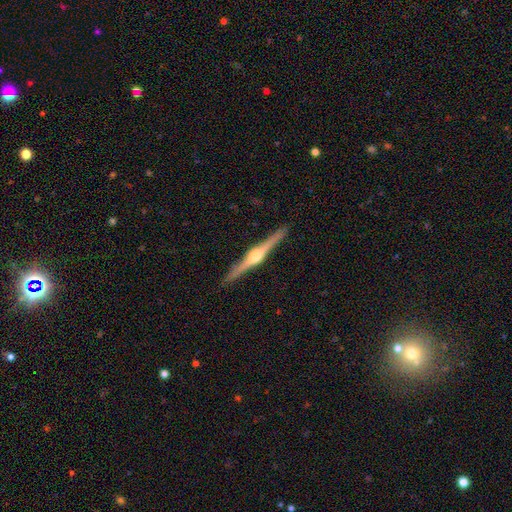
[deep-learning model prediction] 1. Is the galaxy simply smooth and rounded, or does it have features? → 85% featured or disk, 10% smooth, 5% star or artifact.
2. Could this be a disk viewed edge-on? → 99% yes, 1% no.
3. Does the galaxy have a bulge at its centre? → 93% rounded, 4% boxy, 2% none.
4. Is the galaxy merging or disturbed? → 92% none, 5% minor disturbance, 1% major disturbance, 1% merger.